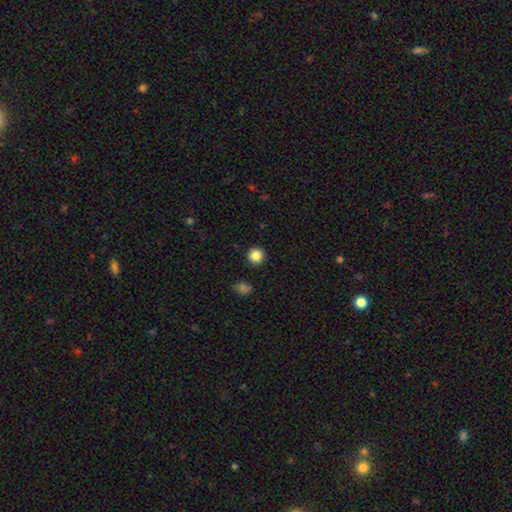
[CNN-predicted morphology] Q: Smooth or featured?
A: smooth (86%); runner-up: star or artifact (10%)
Q: How rounded?
A: round (95%); runner-up: in between (4%)
Q: Merging?
A: none (93%); runner-up: minor disturbance (4%)